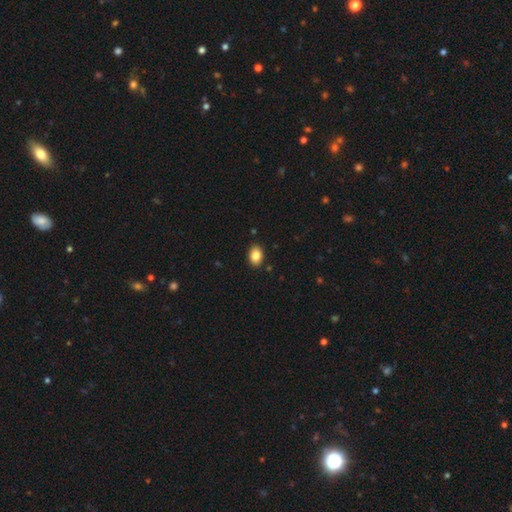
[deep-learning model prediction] smooth-or-featured: smooth: 85% | star or artifact: 8% | featured or disk: 6%
  how-rounded: in between: 81% | round: 18% | cigar-shaped: 1%
  merging: none: 89% | minor disturbance: 8% | major disturbance: 2% | merger: 1%